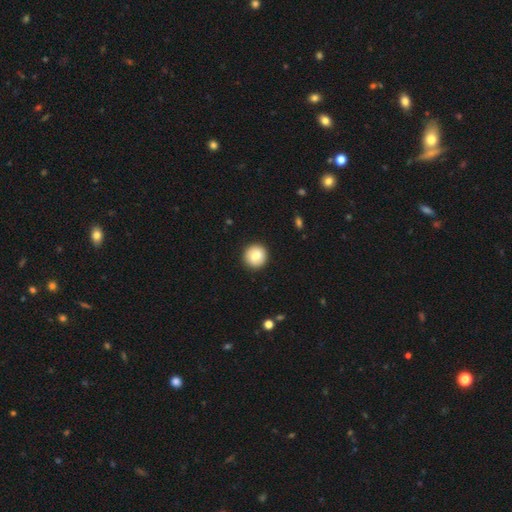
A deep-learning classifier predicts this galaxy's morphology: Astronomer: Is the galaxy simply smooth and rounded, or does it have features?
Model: smooth — 80%.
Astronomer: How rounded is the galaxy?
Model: round — 93%.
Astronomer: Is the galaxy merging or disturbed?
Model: none — 91%.